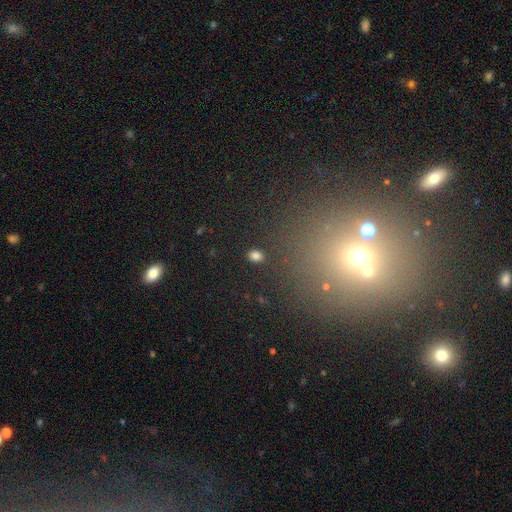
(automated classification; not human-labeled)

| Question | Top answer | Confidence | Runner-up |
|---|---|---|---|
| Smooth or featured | smooth | 81% | star or artifact (14%) |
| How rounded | in between | 61% | round (38%) |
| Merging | none | 88% | minor disturbance (7%) |